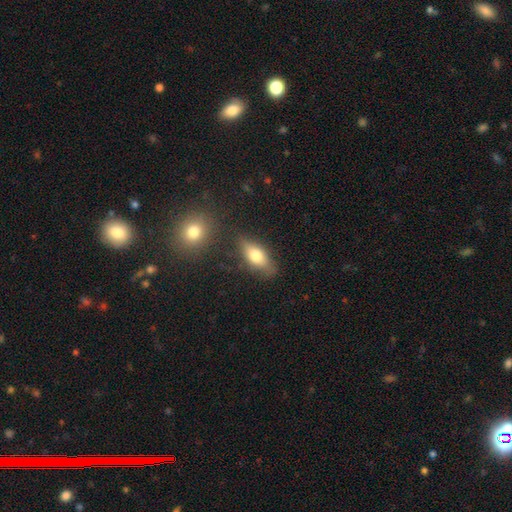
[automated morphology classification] smooth_or_featured: smooth (p=0.71) [alt: featured or disk p=0.21]
how_rounded: in between (p=0.80) [alt: cigar-shaped p=0.15]
merging: none (p=0.74) [alt: minor disturbance p=0.17]